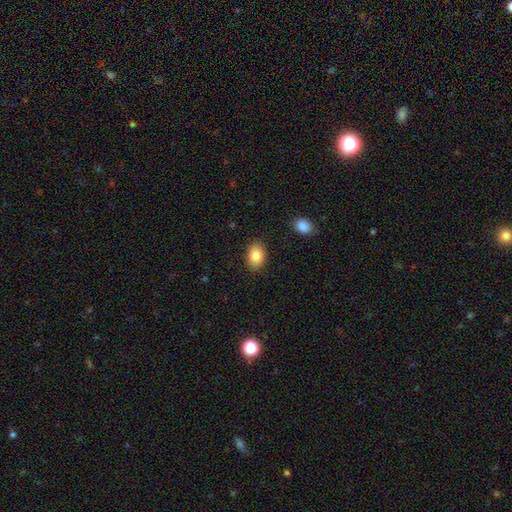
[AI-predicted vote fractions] This is clearly a smooth galaxy (85%). How rounded: likely in between (76%). Merging: clearly none (87%).